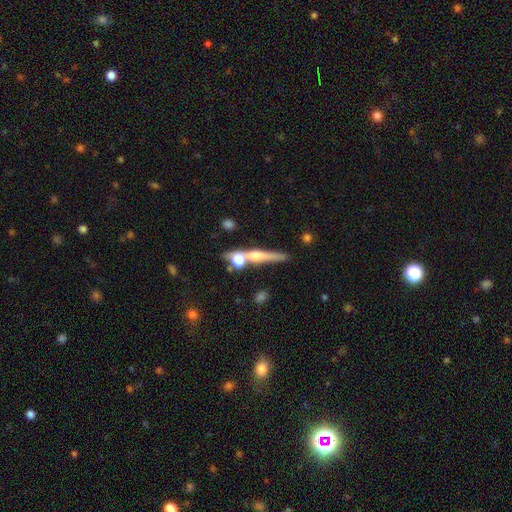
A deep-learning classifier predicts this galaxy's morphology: Smooth or featured: featured or disk — 51% (smooth — 37%)
Edge-on disk: yes — 90% (no — 10%)
Merging: none — 62% (merger — 19%)